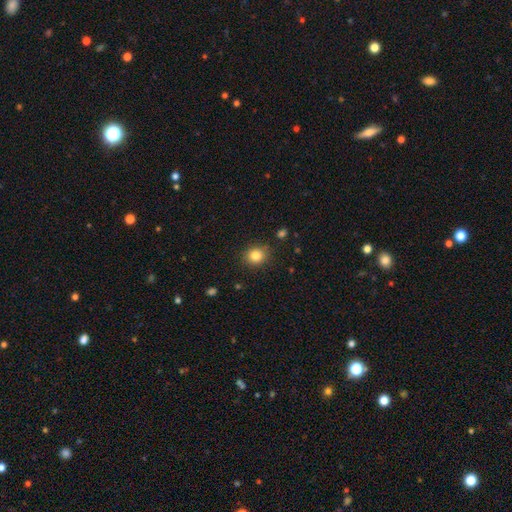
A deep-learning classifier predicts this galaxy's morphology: Smooth or featured? Predicted: smooth (p=0.83). How rounded? Predicted: round (p=0.81). Merging? Predicted: none (p=0.88).